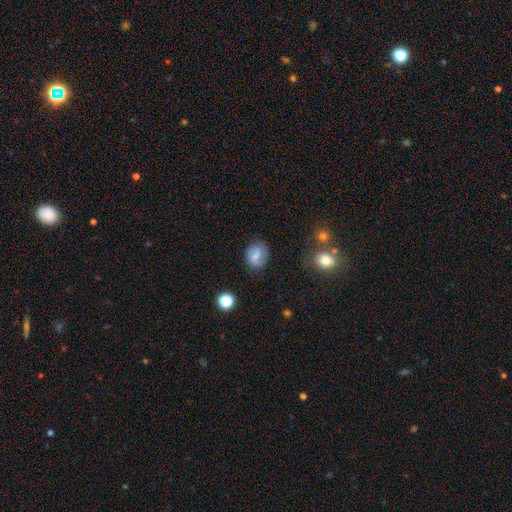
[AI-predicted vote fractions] Smooth or featured: smooth — 53% (featured or disk — 37%)
How rounded: round — 59% (in between — 40%)
Merging: none — 74% (minor disturbance — 17%)